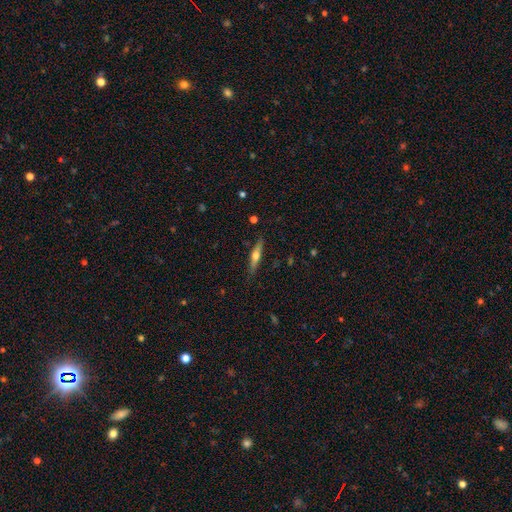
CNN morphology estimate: This is possibly a featured or disk galaxy (55%). It is clearly viewed edge-on (95%). Edge-on bulge: clearly rounded (91%). Merging: clearly none (87%).